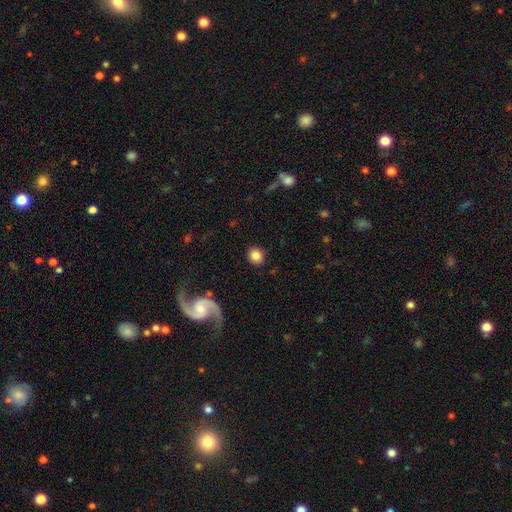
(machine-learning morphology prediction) A smooth galaxy with no disk features (81%) that is round (86%). Merging: none (90%).